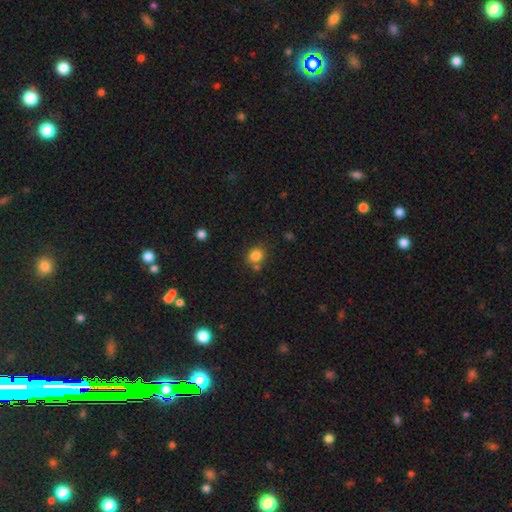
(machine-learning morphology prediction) smooth 83%, star or artifact 12%, featured or disk 5%. Down the decision tree: how rounded — round (69%); merging — none (72%).